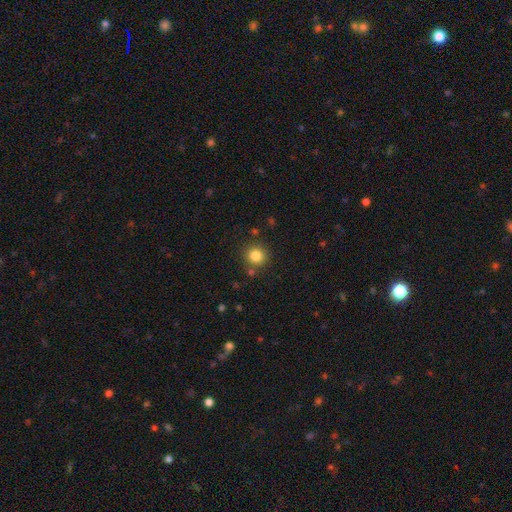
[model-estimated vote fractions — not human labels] This appears to be a smooth galaxy with no disk features (83%) that is round (92%). Merging: none (84%).